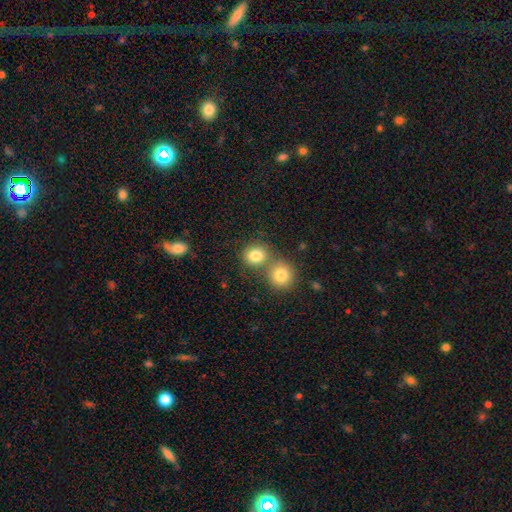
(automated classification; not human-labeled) smooth-or-featured: smooth: 81% | star or artifact: 11% | featured or disk: 8%
  how-rounded: round: 80% | in between: 19% | cigar-shaped: 1%
  merging: none: 53% | merger: 37% | minor disturbance: 7% | major disturbance: 3%